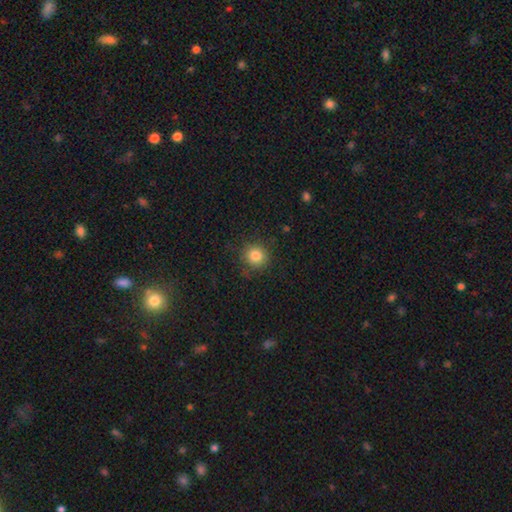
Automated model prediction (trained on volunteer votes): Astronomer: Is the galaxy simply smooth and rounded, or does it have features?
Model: smooth — 83%.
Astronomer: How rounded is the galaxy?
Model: round — 92%.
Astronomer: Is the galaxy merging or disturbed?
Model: none — 86%.